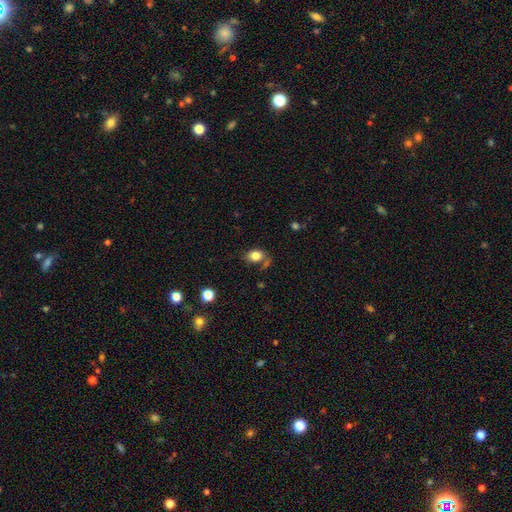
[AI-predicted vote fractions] Overall: smooth (81%). How rounded: in between (75%). Merging: none (59%; minor disturbance 20%).